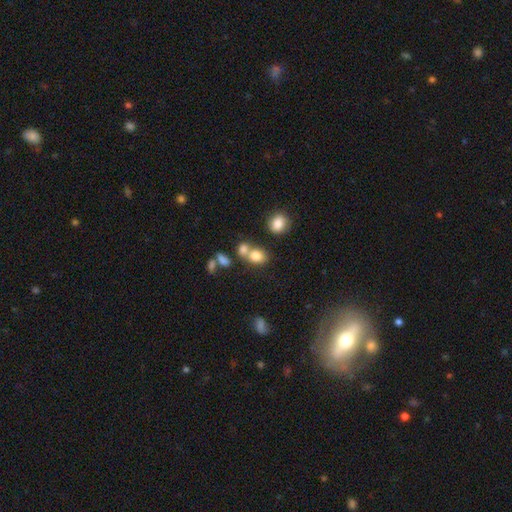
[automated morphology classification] Overall: smooth (79%). How rounded: in between (54%; round 45%). Merging: none (44%; merger 41%).